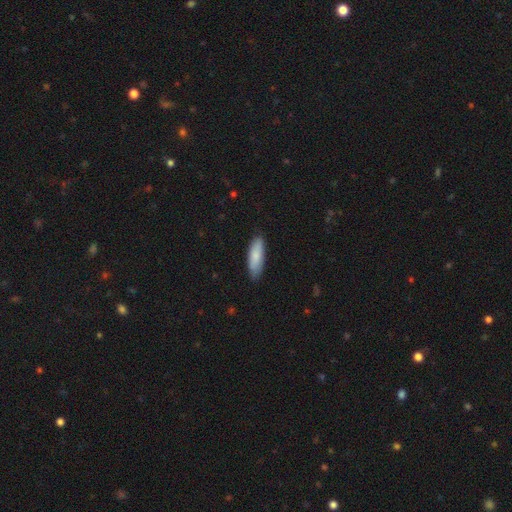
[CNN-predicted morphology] Smooth or featured? smooth (83%)
How rounded? in between (55%)
Merging? none (83%)